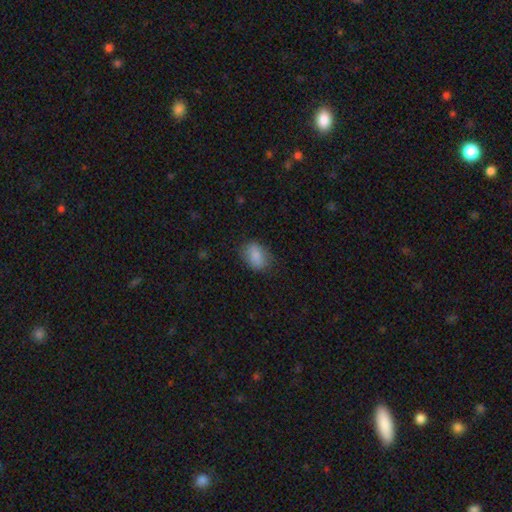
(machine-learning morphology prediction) Smooth or featured? Predicted: smooth (p=0.85). How rounded? Predicted: in between (p=0.80). Merging? Predicted: none (p=0.75).